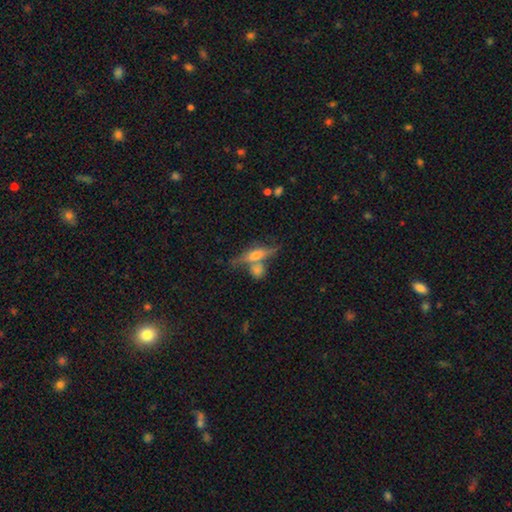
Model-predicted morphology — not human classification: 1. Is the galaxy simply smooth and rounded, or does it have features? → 53% featured or disk, 37% smooth, 10% star or artifact.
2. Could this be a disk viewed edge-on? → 86% yes, 14% no.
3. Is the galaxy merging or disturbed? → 53% none, 28% merger, 13% minor disturbance, 6% major disturbance.